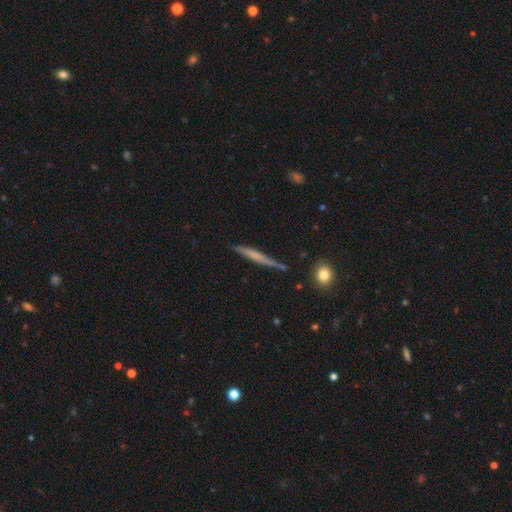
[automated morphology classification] This is possibly a featured or disk galaxy (48%). Merging: clearly none (81%).